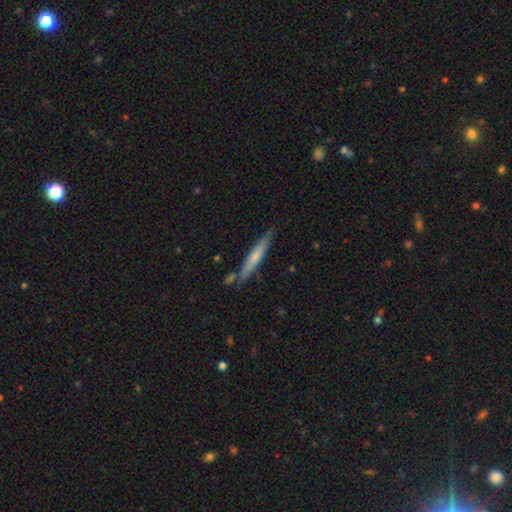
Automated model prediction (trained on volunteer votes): Smooth or featured: smooth — 52% (featured or disk — 42%)
How rounded: cigar-shaped — 94% (in between — 4%)
Merging: none — 81% (minor disturbance — 12%)